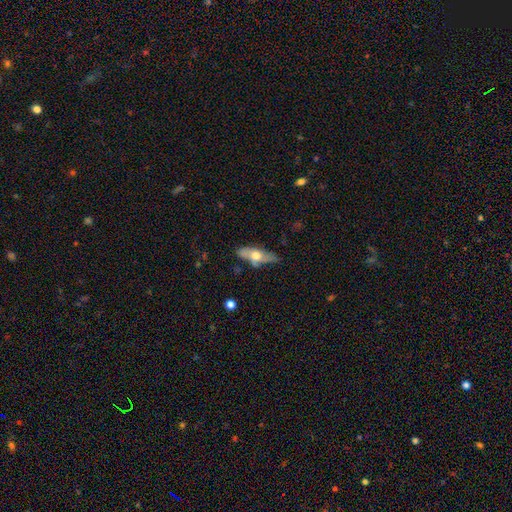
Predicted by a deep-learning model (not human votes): featured or disk 47% (tied), smooth 47% (tied), star or artifact 6%. Down the decision tree: merging — none (62%).